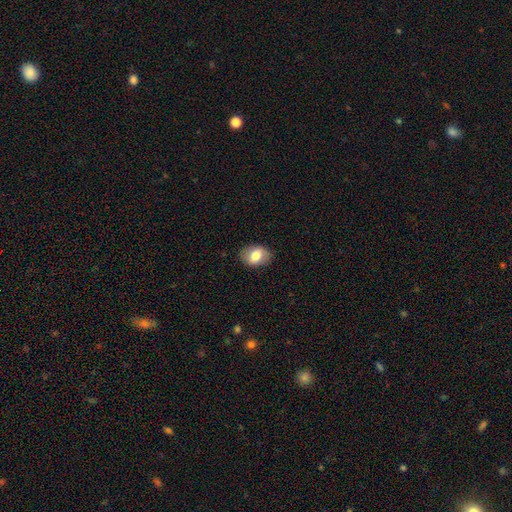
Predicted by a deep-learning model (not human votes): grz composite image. It shows a smooth galaxy with no disk features (73%) that is in between round and cigar-shaped (76%). Merging: none (85%).